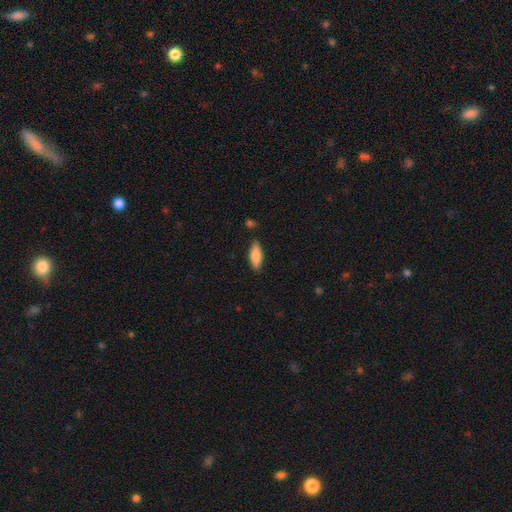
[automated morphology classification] smooth 81%, featured or disk 13%, star or artifact 6%. Down the decision tree: how rounded — in between (62%); merging — none (85%).